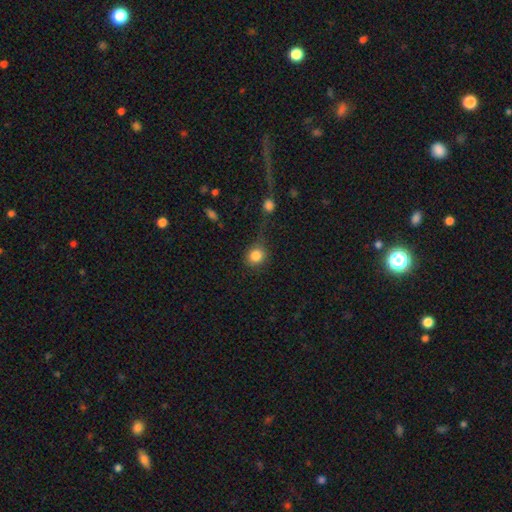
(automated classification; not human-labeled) Smooth or featured? Predicted: smooth (p=0.84). How rounded? Predicted: round (p=0.78). Merging? Predicted: none (p=0.60).